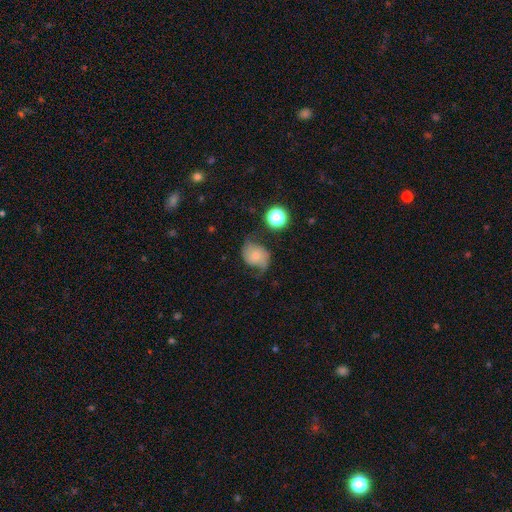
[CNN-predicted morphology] Overall: featured or disk (48%; smooth 40%). Merging: none (53%; minor disturbance 28%).